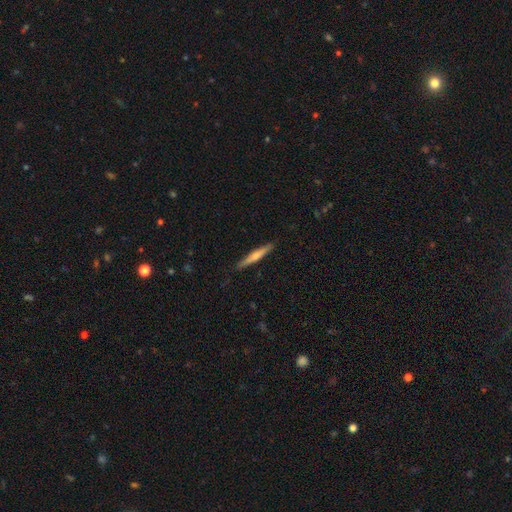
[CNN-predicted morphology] Smooth or featured? smooth (49%)
Merging? none (89%)